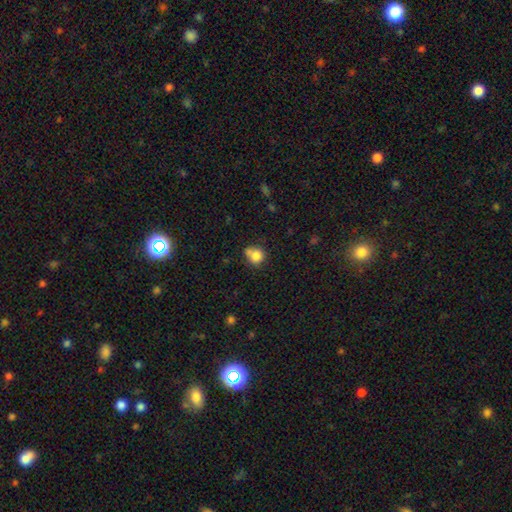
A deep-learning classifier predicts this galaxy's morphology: Overall: smooth (81%). How rounded: round (82%). Merging: none (52%; merger 22%).